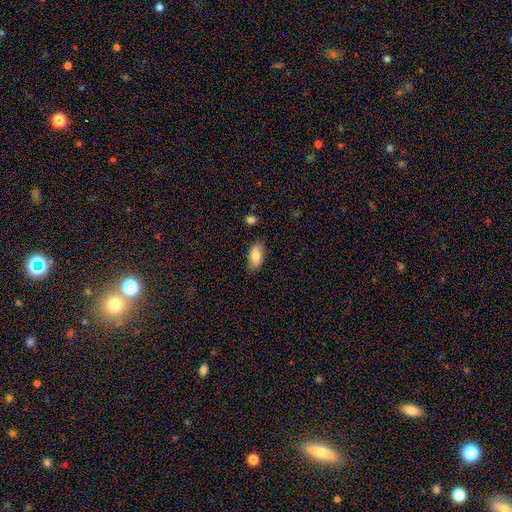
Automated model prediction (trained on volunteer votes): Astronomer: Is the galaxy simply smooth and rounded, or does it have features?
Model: smooth — 80%.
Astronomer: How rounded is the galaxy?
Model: in between — 92%.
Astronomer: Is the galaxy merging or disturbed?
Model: none — 82%.